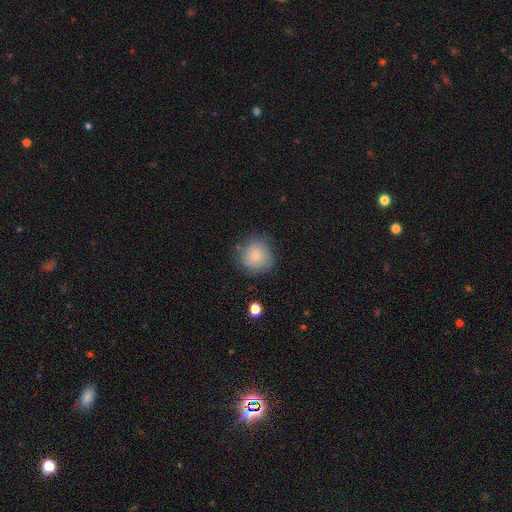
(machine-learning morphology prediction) A smooth galaxy with no disk features (80%) that is round (91%).

Vote fractions:
- Smooth or featured? smooth: 80% / featured or disk: 11% / star or artifact: 9%
- How rounded? round: 91% / in between: 8% / cigar-shaped: 1%
- Merging? none: 76% / minor disturbance: 17% / major disturbance: 5% / merger: 2%